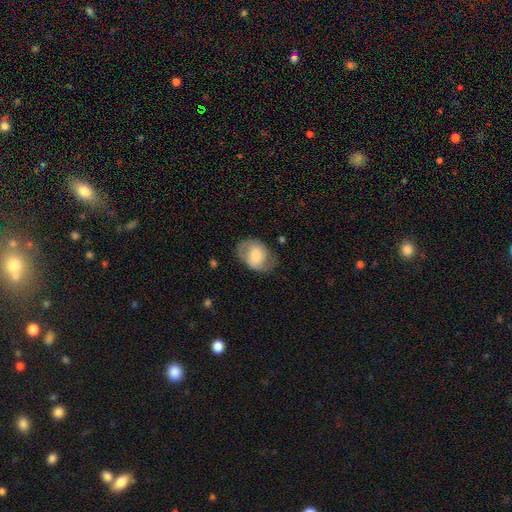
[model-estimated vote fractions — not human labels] Overall: smooth (49%; featured or disk 44%). Merging: none (65%).